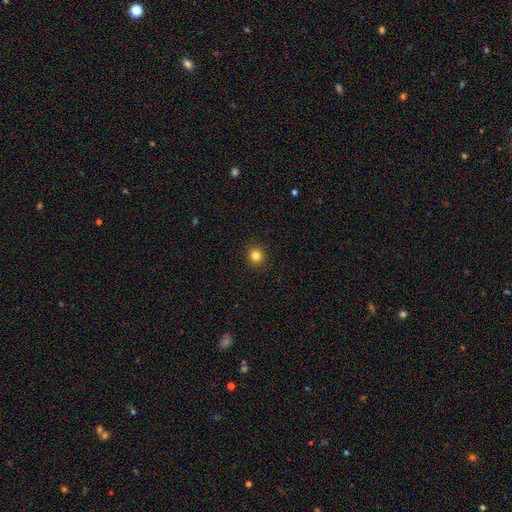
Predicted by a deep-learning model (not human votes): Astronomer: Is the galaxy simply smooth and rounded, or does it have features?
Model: smooth — 83%.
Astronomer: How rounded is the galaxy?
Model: round — 88%.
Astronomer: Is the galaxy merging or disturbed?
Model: none — 92%.